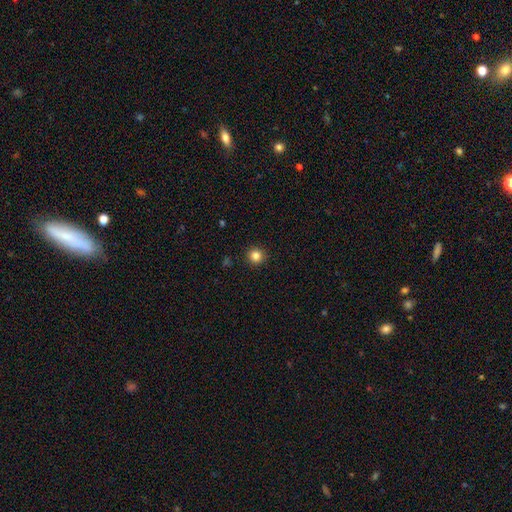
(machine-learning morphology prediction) Smooth or featured?
  - smooth: 84% *
  - star or artifact: 12%
  - featured or disk: 5%
How rounded?
  - round: 94% *
  - in between: 5%
  - cigar-shaped: 1%
Merging?
  - none: 93% *
  - minor disturbance: 5%
  - major disturbance: 2%
  - merger: 1%